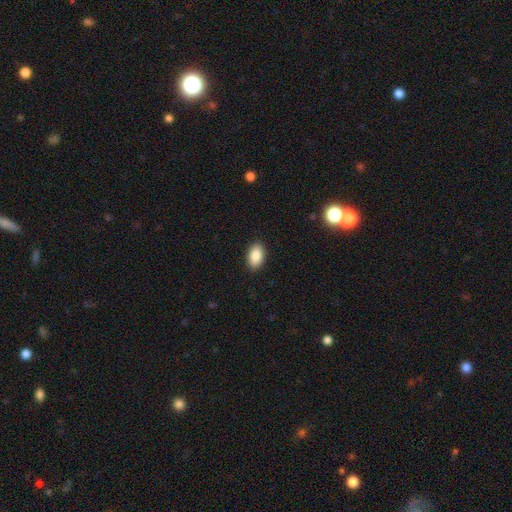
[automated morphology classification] Smooth or featured? smooth (87%)
How rounded? in between (93%)
Merging? none (90%)